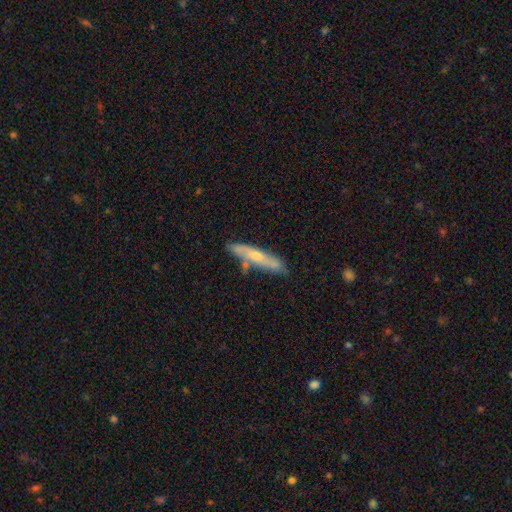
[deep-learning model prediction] Smooth or featured?
  - featured or disk: 50% *
  - smooth: 44%
  - star or artifact: 6%
Edge-on disk?
  - yes: 70% *
  - no: 30%
Merging?
  - none: 70% *
  - minor disturbance: 19%
  - merger: 7%
  - major disturbance: 4%